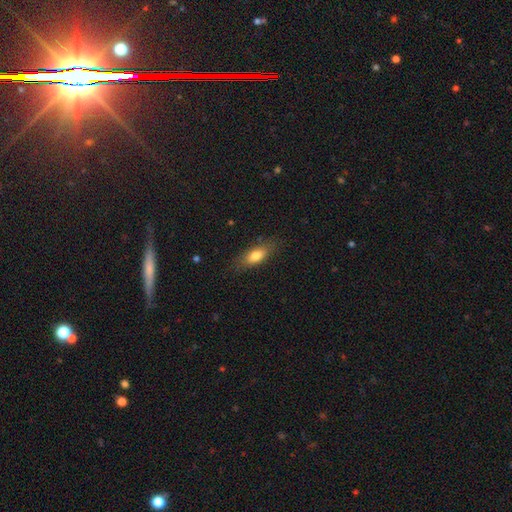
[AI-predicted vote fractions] Smooth or featured? smooth (75%)
How rounded? in between (76%)
Merging? none (78%)